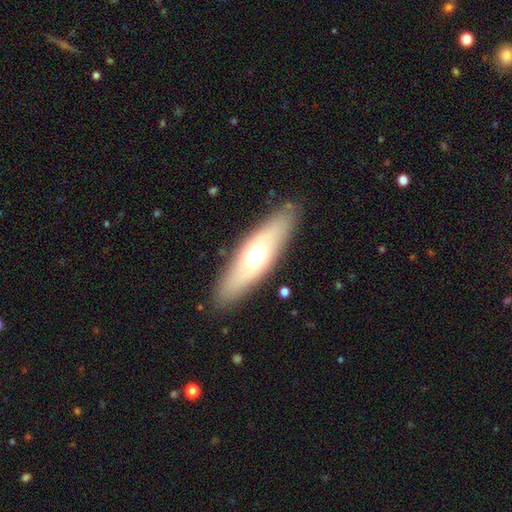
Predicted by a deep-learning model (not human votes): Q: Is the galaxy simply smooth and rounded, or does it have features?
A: smooth — 54%.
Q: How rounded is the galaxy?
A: in between — 49%.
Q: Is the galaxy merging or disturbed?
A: none — 86%.